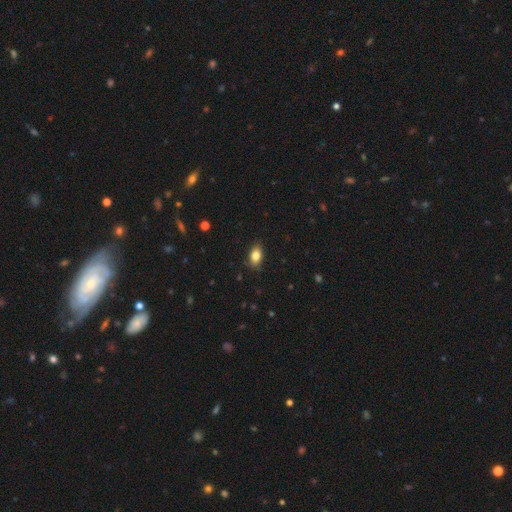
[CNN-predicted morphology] The model was most divided on "merging": none: 82%, minor disturbance: 15%, major disturbance: 3%, merger: 1%. More confident: how rounded — in between (87%); smooth or featured — smooth (83%).